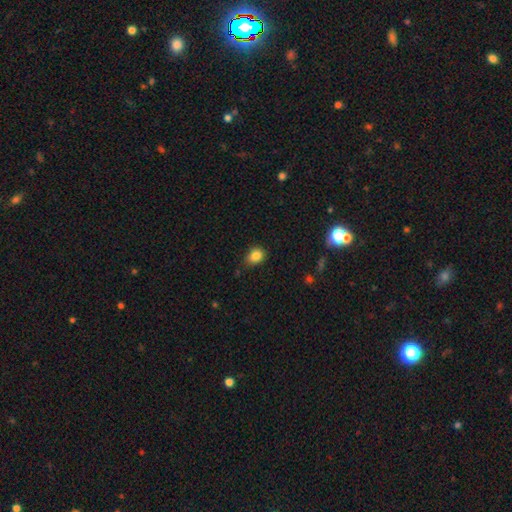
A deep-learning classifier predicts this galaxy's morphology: Smooth or featured?
  - smooth: 85% *
  - star or artifact: 10%
  - featured or disk: 5%
How rounded?
  - in between: 53% *
  - round: 45%
  - cigar-shaped: 1%
Merging?
  - none: 73% *
  - minor disturbance: 21%
  - major disturbance: 3%
  - merger: 2%